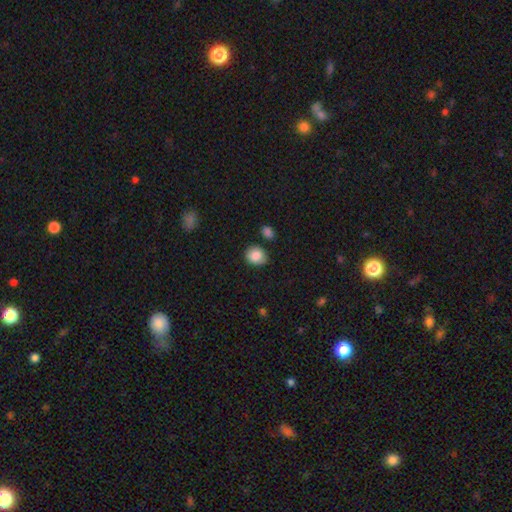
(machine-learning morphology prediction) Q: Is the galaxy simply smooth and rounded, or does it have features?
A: smooth — 86%.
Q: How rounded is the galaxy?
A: round — 71%.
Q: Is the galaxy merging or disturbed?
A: none — 76%.